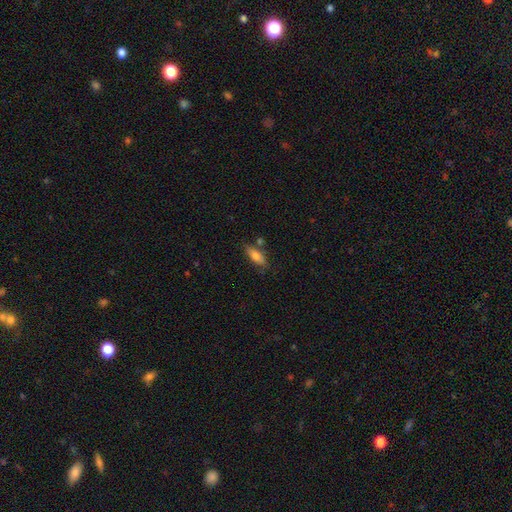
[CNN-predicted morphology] This appears to be a smooth galaxy with no disk features (75%) that is in between round and cigar-shaped (66%). Merging: none (67%).